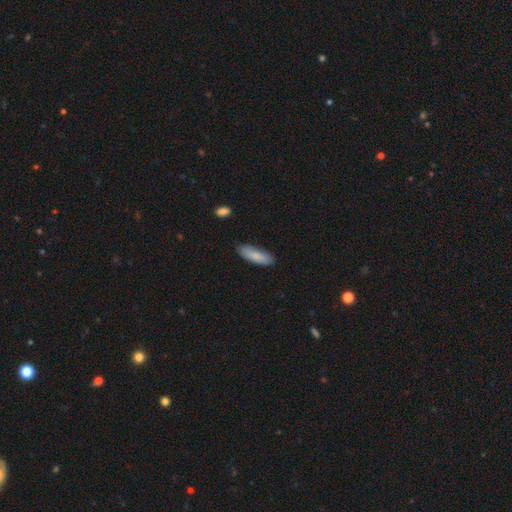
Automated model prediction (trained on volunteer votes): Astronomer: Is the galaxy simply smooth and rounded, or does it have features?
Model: smooth — 85%.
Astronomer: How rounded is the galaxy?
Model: cigar-shaped — 49%, tied with in between at 49%.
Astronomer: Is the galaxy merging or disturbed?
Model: none — 84%.